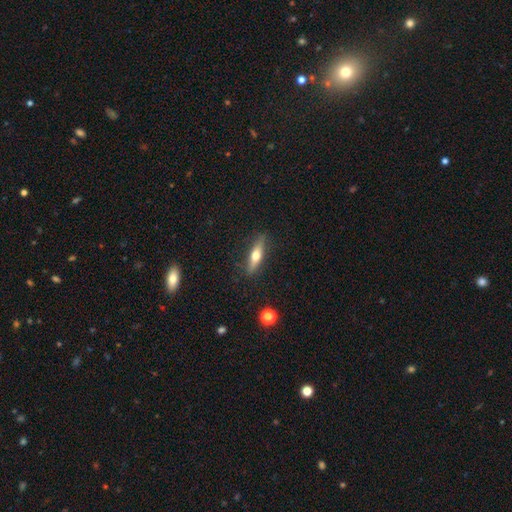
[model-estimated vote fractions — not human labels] Smooth or featured: smooth — 53% (featured or disk — 41%)
How rounded: cigar-shaped — 69% (in between — 28%)
Merging: none — 85% (minor disturbance — 11%)